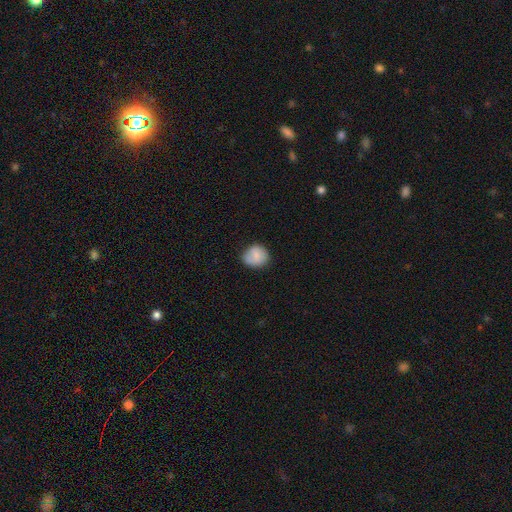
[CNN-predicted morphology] Smooth or featured? Predicted: smooth (p=0.80). How rounded? Predicted: round (p=0.77). Merging? Predicted: none (p=0.73).